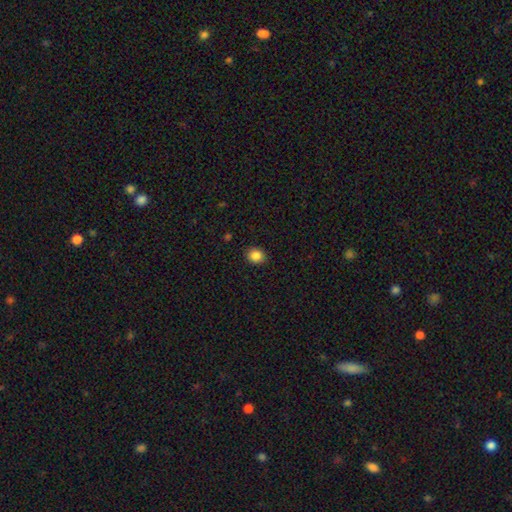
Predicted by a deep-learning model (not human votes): smooth 86%, star or artifact 10%, featured or disk 4%. Down the decision tree: how rounded — round (74%); merging — none (90%).